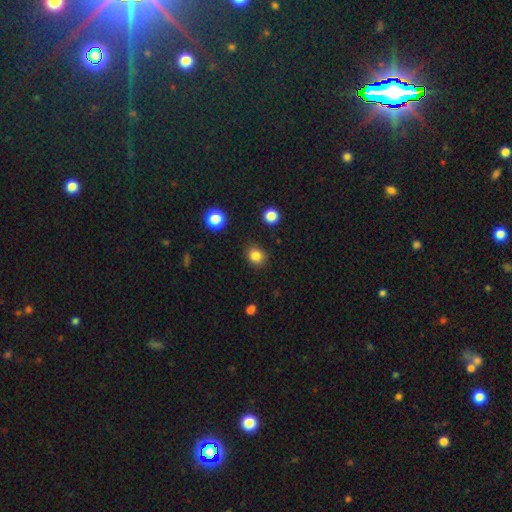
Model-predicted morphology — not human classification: Smooth or featured: smooth — 83% (star or artifact — 12%)
How rounded: round — 74% (in between — 25%)
Merging: none — 86% (minor disturbance — 9%)